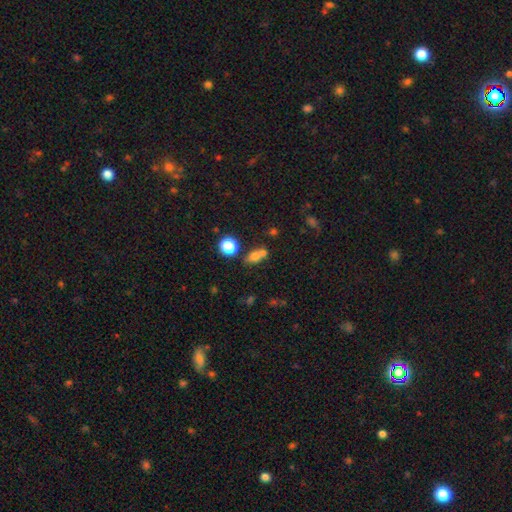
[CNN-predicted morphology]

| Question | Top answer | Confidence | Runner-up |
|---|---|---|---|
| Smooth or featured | smooth | 71% | star or artifact (17%) |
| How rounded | in between | 51% | round (44%) |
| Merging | merger | 43% | none (42%) |